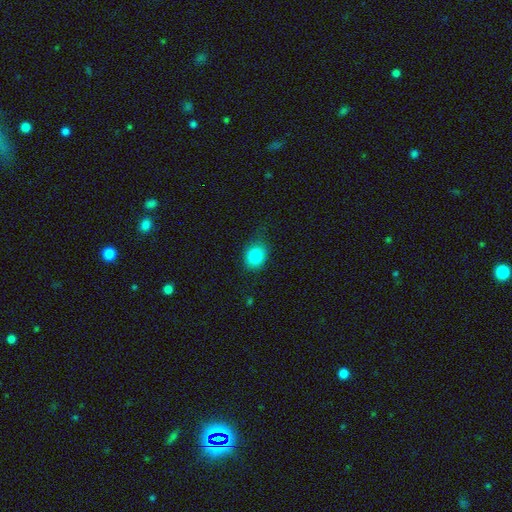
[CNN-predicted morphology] This is clearly a smooth galaxy (84%). How rounded: possibly round (57%). Merging: likely none (71%).